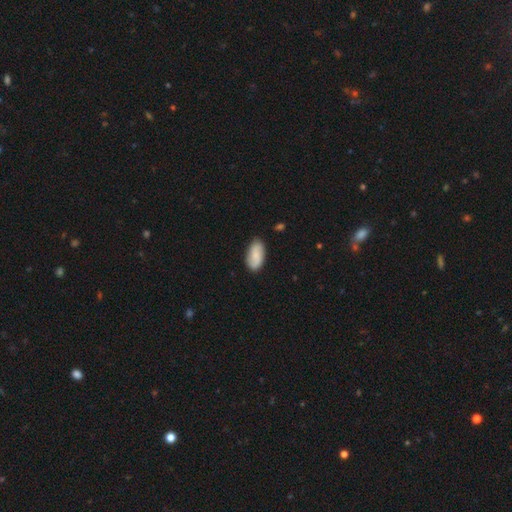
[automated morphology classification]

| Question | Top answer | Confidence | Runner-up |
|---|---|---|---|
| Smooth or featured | smooth | 74% | featured or disk (20%) |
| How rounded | in between | 92% | cigar-shaped (5%) |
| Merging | none | 81% | minor disturbance (14%) |